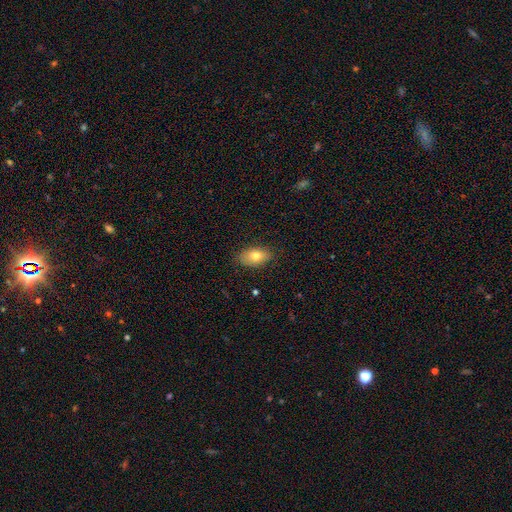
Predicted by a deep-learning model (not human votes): A smooth galaxy with no disk features (76%) that is in between round and cigar-shaped (91%).

Vote fractions:
- Smooth or featured? smooth: 76% / featured or disk: 16% / star or artifact: 8%
- How rounded? in between: 91% / round: 7% / cigar-shaped: 3%
- Merging? none: 83% / minor disturbance: 13% / major disturbance: 3% / merger: 1%